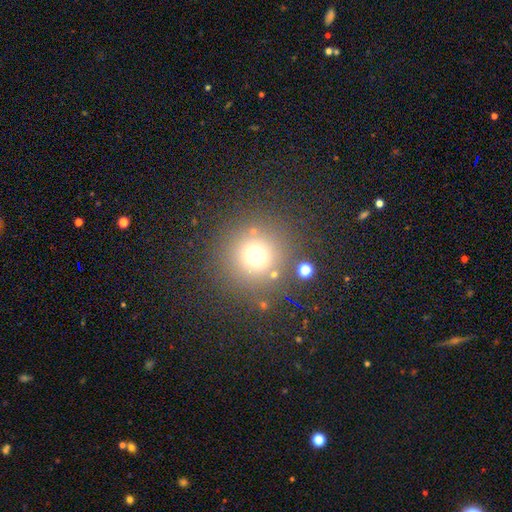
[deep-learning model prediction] smooth-or-featured: smooth: 68% | star or artifact: 23% | featured or disk: 9%
  how-rounded: round: 95% | in between: 4% | cigar-shaped: 1%
  merging: none: 82% | minor disturbance: 7% | merger: 5% | major disturbance: 5%